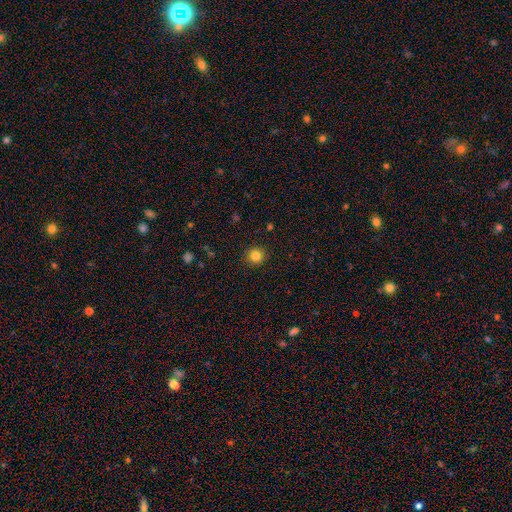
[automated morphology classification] Smooth or featured: smooth — 83% (star or artifact — 12%)
How rounded: round — 93% (in between — 6%)
Merging: none — 92% (minor disturbance — 6%)